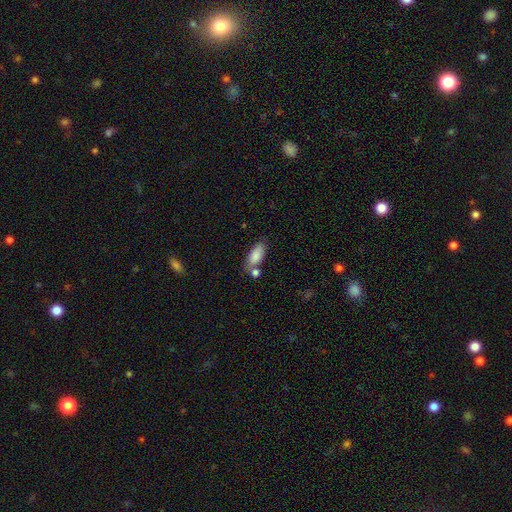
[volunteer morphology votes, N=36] smooth-or-featured: smooth: 94% | featured or disk: 3% | star or artifact: 3%
  how-rounded: in between: 79% | cigar-shaped: 21% | round: 0%
  merging: none: 43% | merger: 34% | minor disturbance: 17% | major disturbance: 6%